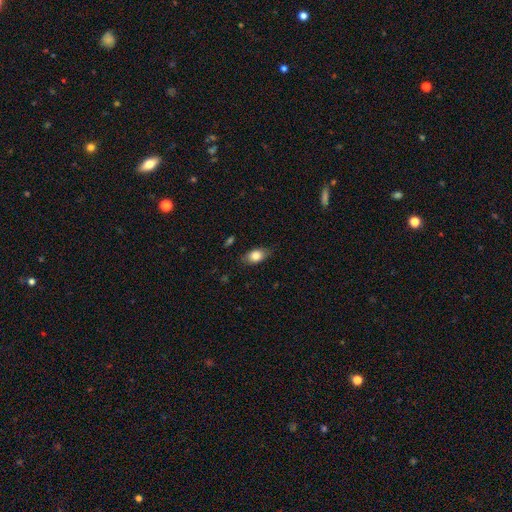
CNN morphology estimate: Smooth or featured? smooth (82%)
How rounded? in between (84%)
Merging? none (78%)